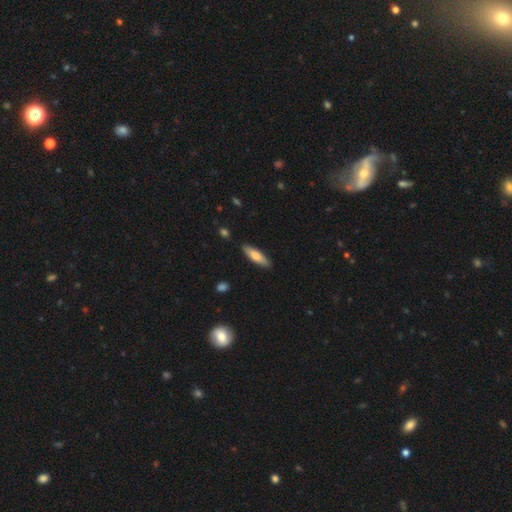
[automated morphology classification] Q: Smooth or featured?
A: smooth (72%); runner-up: featured or disk (22%)
Q: How rounded?
A: cigar-shaped (60%); runner-up: in between (39%)
Q: Merging?
A: none (87%); runner-up: minor disturbance (9%)